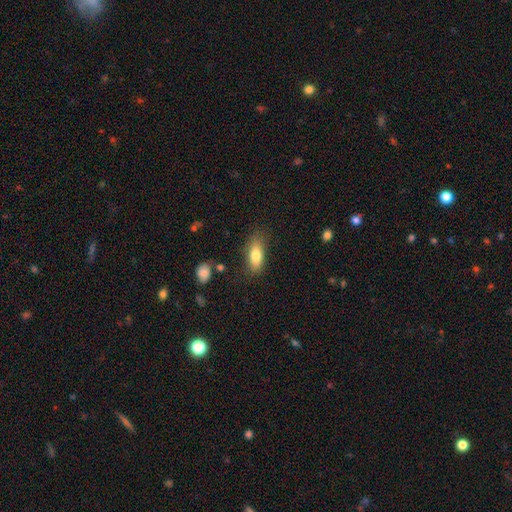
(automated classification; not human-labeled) Overall: smooth (80%). How rounded: in between (79%). Merging: none (77%).